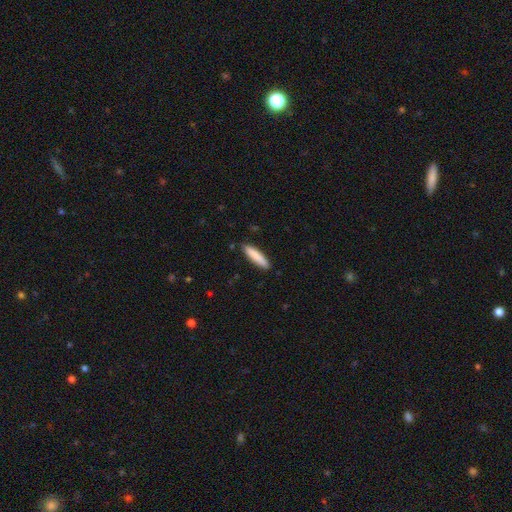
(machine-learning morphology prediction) Q: Smooth or featured?
A: smooth (86%); runner-up: featured or disk (9%)
Q: How rounded?
A: cigar-shaped (84%); runner-up: in between (15%)
Q: Merging?
A: none (89%); runner-up: minor disturbance (8%)